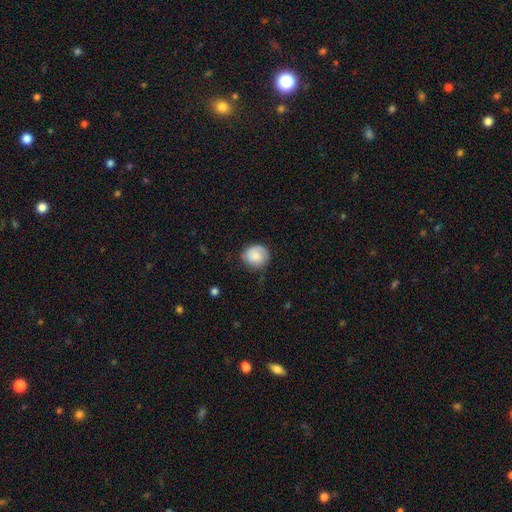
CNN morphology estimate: smooth 69%, featured or disk 24%, star or artifact 7%. Down the decision tree: how rounded — round (85%); merging — none (72%).